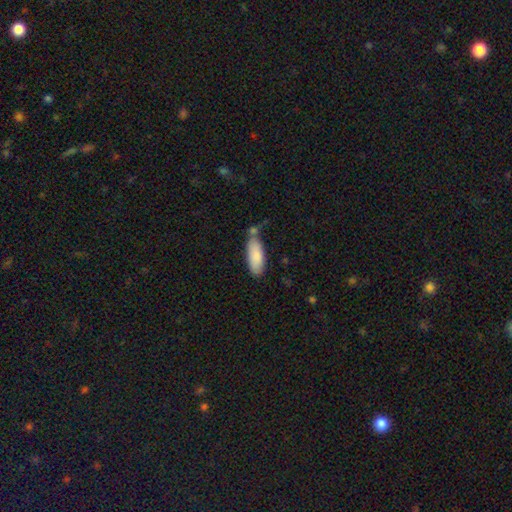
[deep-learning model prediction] Overall: smooth (86%). How rounded: in between (74%). Merging: none (57%; minor disturbance 22%).